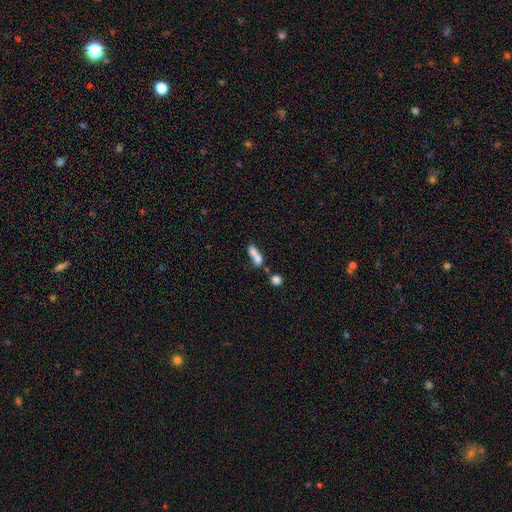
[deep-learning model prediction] Q: Smooth or featured?
A: smooth (69%); runner-up: featured or disk (20%)
Q: How rounded?
A: in between (59%); runner-up: cigar-shaped (29%)
Q: Merging?
A: merger (57%); runner-up: none (26%)